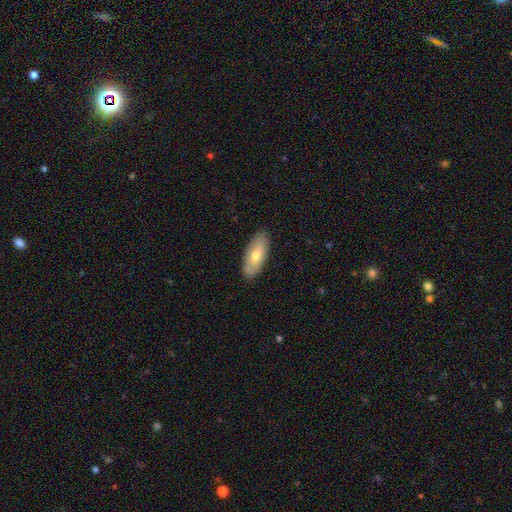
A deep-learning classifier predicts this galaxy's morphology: This appears to be a smooth galaxy with no disk features (65%) that is in between round and cigar-shaped (83%). Merging: none (86%).